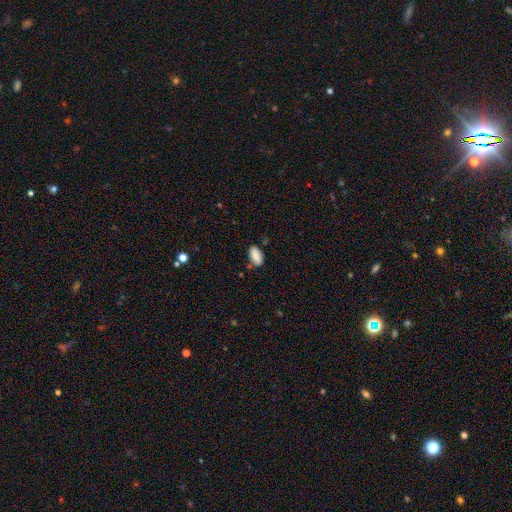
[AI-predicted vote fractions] smooth_or_featured: smooth (p=0.84) [alt: featured or disk p=0.09]
how_rounded: in between (p=0.92) [alt: cigar-shaped p=0.05]
merging: none (p=0.77) [alt: minor disturbance p=0.16]